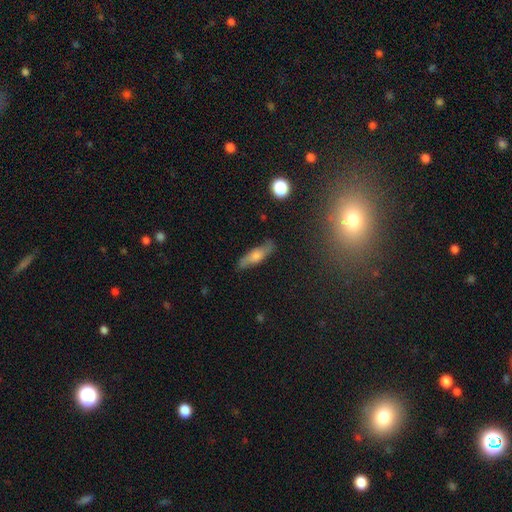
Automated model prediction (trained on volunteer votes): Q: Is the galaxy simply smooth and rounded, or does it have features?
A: smooth — 49%.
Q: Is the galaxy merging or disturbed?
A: none — 78%.